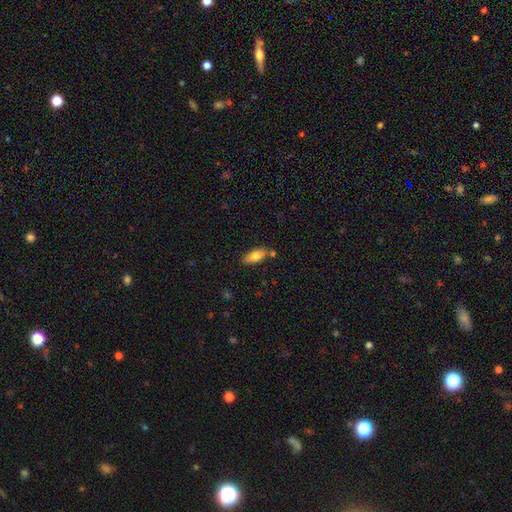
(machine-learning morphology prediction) type=smooth (75%); roundness=in between (82%); merging=none (77%).